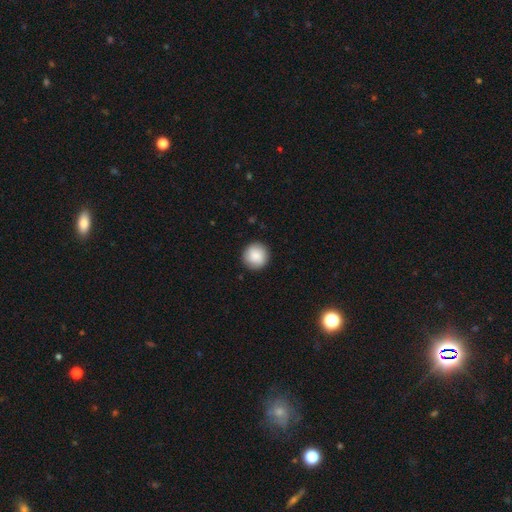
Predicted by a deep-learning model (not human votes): smooth 87%, star or artifact 7%, featured or disk 6%. Down the decision tree: how rounded — round (95%); merging — none (91%).